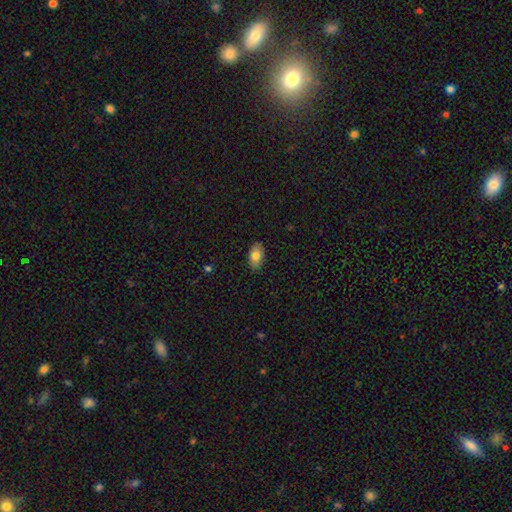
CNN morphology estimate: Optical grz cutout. It shows a smooth galaxy with no disk features (81%) that is in between round and cigar-shaped (92%). Merging: none (87%).